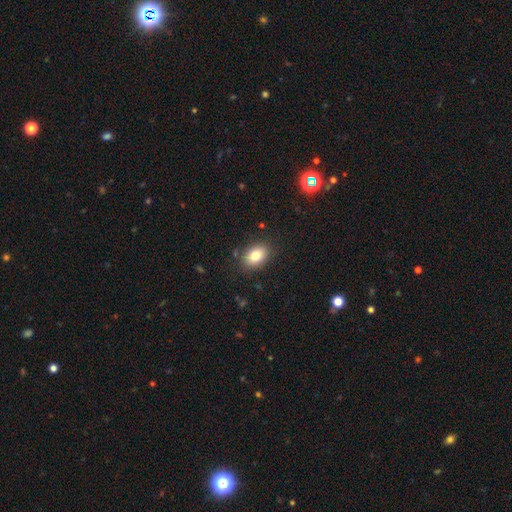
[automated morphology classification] Smooth or featured? smooth (81%)
How rounded? in between (81%)
Merging? none (85%)